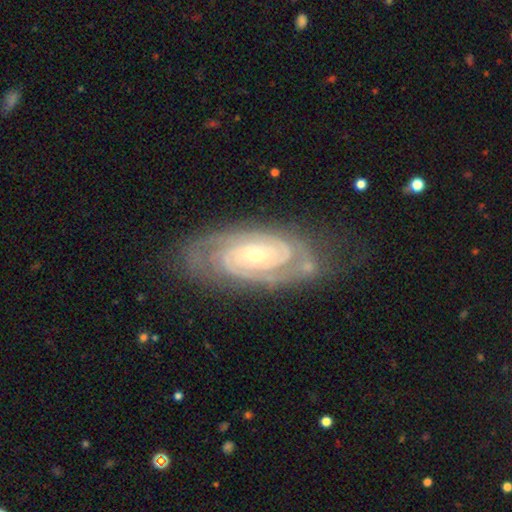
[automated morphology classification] featured or disk 90%, smooth 5%, star or artifact 5%. Down the decision tree: edge-on disk — no (95%); bar — no (65%); spiral arms — yes (98%); spiral arm count — 2 (51%); spiral winding — tight (79%); bulge size — small (68%); merging — none (74%).